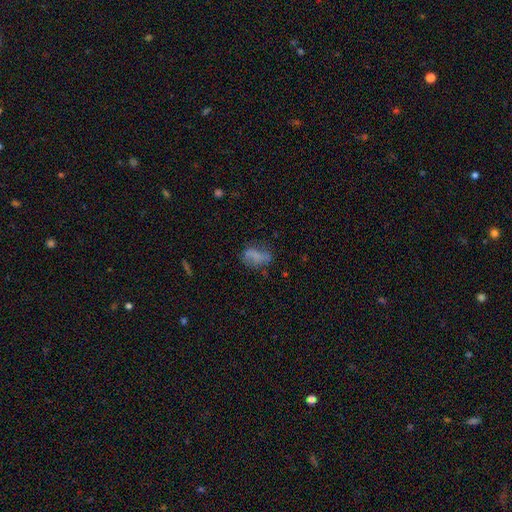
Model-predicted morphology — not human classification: smooth-or-featured: smooth: 63% | featured or disk: 25% | star or artifact: 12%
  how-rounded: in between: 84% | round: 8% | cigar-shaped: 8%
  merging: none: 51% | minor disturbance: 27% | major disturbance: 16% | merger: 5%